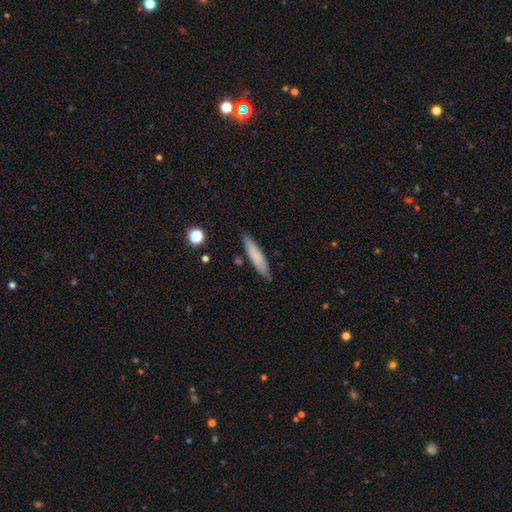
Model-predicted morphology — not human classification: smooth 77%, featured or disk 15%, star or artifact 7%. Down the decision tree: how rounded — cigar-shaped (85%); merging — none (86%).